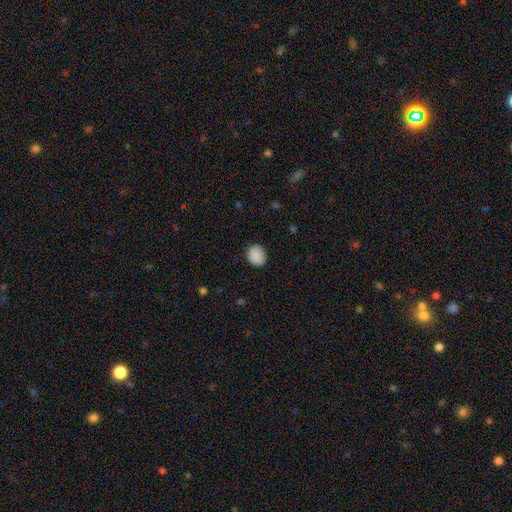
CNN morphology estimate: Q: Smooth or featured?
A: smooth (89%); runner-up: star or artifact (8%)
Q: How rounded?
A: round (63%); runner-up: in between (36%)
Q: Merging?
A: none (85%); runner-up: minor disturbance (11%)